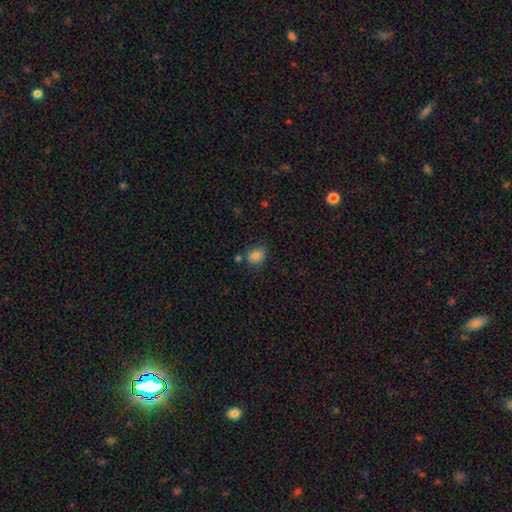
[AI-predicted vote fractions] Q: Smooth or featured?
A: smooth (84%); runner-up: star or artifact (10%)
Q: How rounded?
A: in between (68%); runner-up: round (30%)
Q: Merging?
A: none (70%); runner-up: minor disturbance (19%)